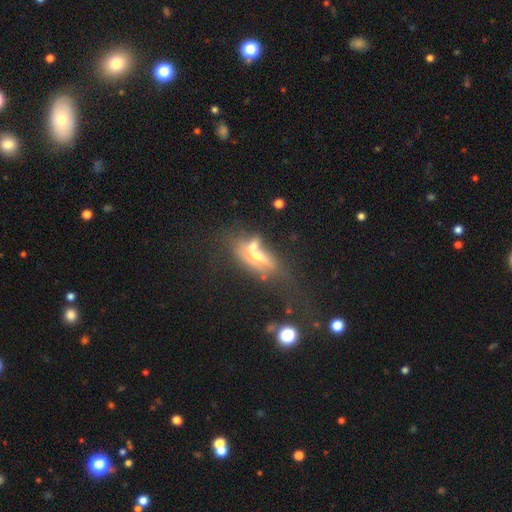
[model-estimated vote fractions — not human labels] Smooth or featured? Predicted: featured or disk (p=0.57). Edge-on disk? Predicted: no (p=0.60). Merging? Predicted: merger (p=0.38).